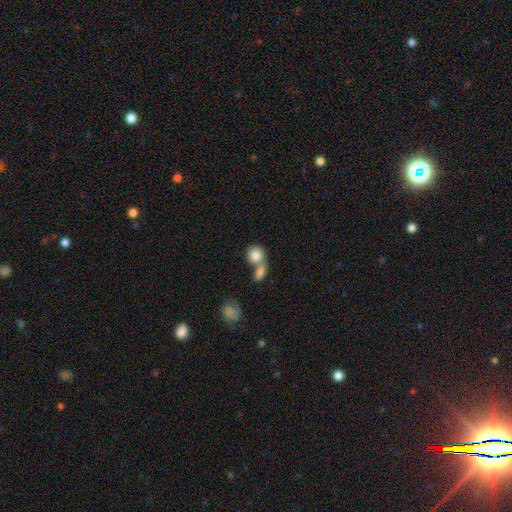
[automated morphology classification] smooth_or_featured: smooth (p=0.82) [alt: featured or disk p=0.11]
how_rounded: round (p=0.74) [alt: in between p=0.24]
merging: merger (p=0.59) [alt: none p=0.29]